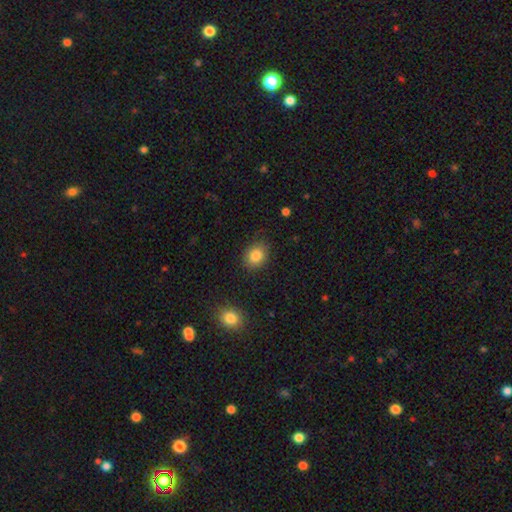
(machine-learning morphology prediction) This is clearly a smooth galaxy (83%). How rounded: likely round (61%). Merging: clearly none (85%).